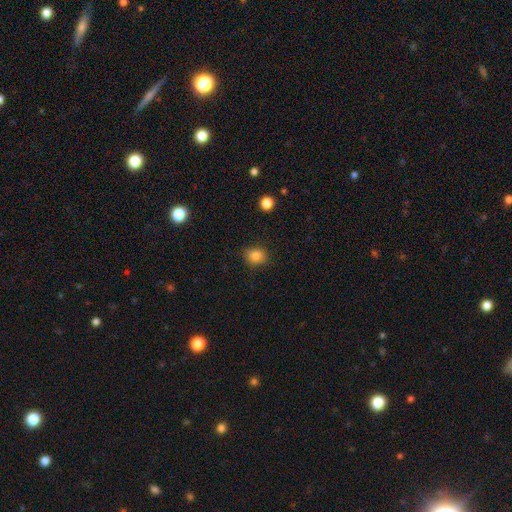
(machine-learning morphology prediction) Overall: smooth (83%). How rounded: round (72%). Merging: none (85%).